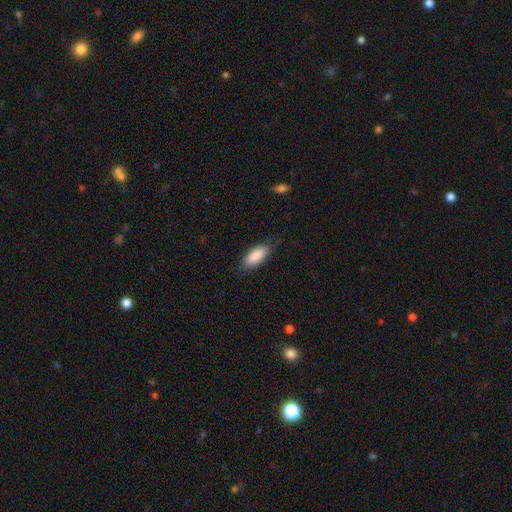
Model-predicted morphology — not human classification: smooth_or_featured: smooth (p=0.89) [alt: featured or disk p=0.06]
how_rounded: in between (p=0.80) [alt: cigar-shaped p=0.18]
merging: none (p=0.82) [alt: minor disturbance p=0.14]